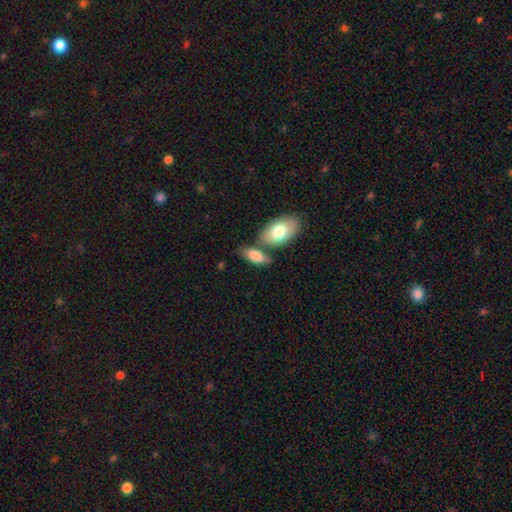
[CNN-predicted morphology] A smooth galaxy with no disk features (80%) that is in between round and cigar-shaped (88%).

Vote fractions:
- Smooth or featured? smooth: 80% / featured or disk: 15% / star or artifact: 6%
- How rounded? in between: 88% / cigar-shaped: 8% / round: 3%
- Merging? none: 49% / merger: 29% / minor disturbance: 16% / major disturbance: 5%